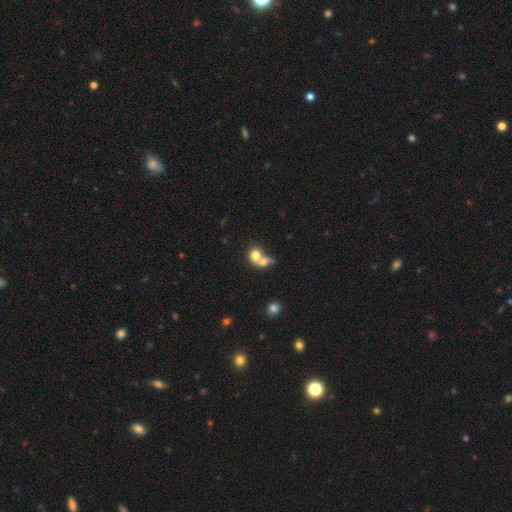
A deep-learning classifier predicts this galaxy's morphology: Q: Smooth or featured?
A: smooth (73%); runner-up: featured or disk (18%)
Q: How rounded?
A: round (63%); runner-up: in between (36%)
Q: Merging?
A: merger (72%); runner-up: none (18%)